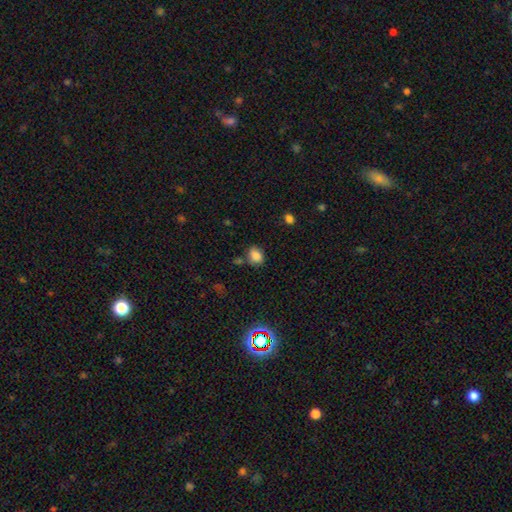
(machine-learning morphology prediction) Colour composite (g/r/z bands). It shows a smooth galaxy with no disk features (82%) that is in between round and cigar-shaped (59%). Merging: none (64%).